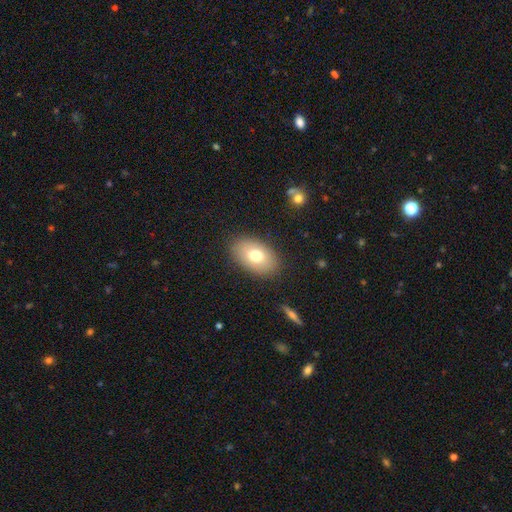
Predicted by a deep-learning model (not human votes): Smooth or featured: smooth — 73% (featured or disk — 19%)
How rounded: in between — 89% (round — 10%)
Merging: none — 86% (minor disturbance — 10%)